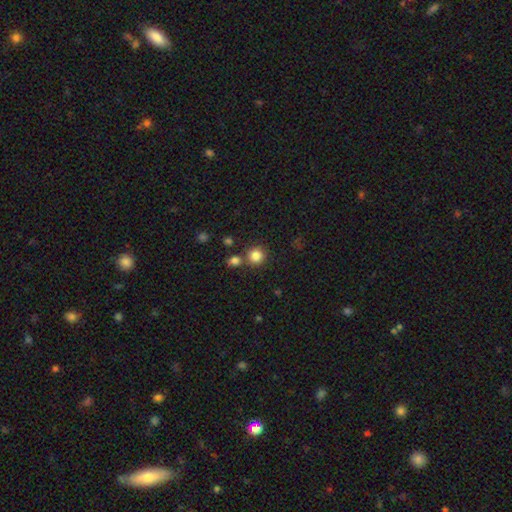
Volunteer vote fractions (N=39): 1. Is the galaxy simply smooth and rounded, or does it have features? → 90% smooth, 5% featured or disk, 5% star or artifact.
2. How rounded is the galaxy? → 100% round, 0% in between, 0% cigar-shaped.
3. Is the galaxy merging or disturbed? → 78% none, 16% merger, 3% minor disturbance, 3% major disturbance.